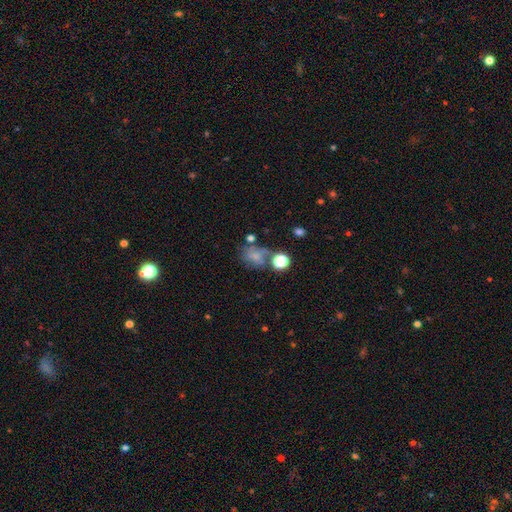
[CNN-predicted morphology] This appears to be a smooth galaxy with no disk features (57%) that is round (52%). Merging: none (37%).